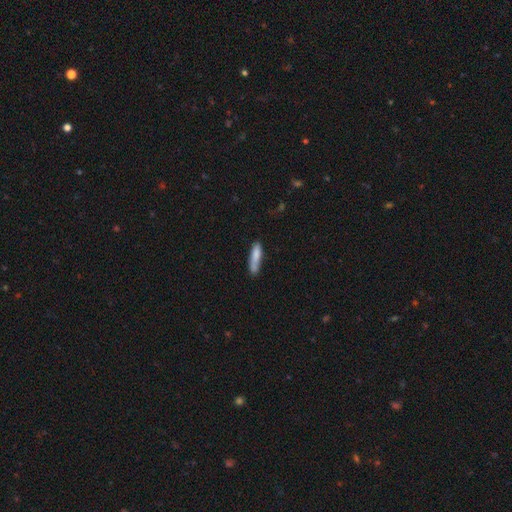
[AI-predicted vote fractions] A smooth galaxy with no disk features (81%) that is cigar-shaped (77%). Merging: none (61%).